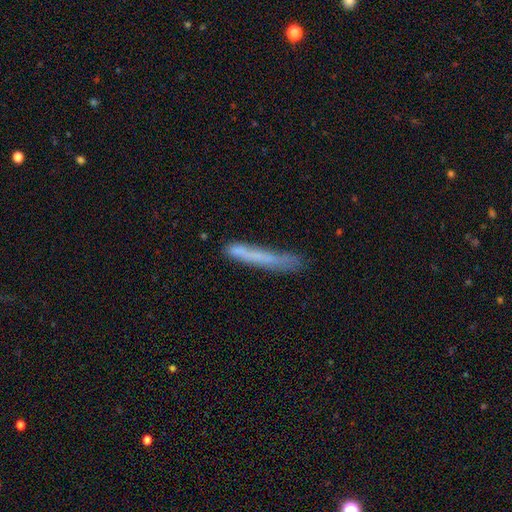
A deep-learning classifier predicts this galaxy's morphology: smooth-or-featured: smooth: 63% | featured or disk: 29% | star or artifact: 9%
  how-rounded: cigar-shaped: 96% | in between: 3% | round: 1%
  merging: none: 66% | minor disturbance: 22% | major disturbance: 8% | merger: 5%